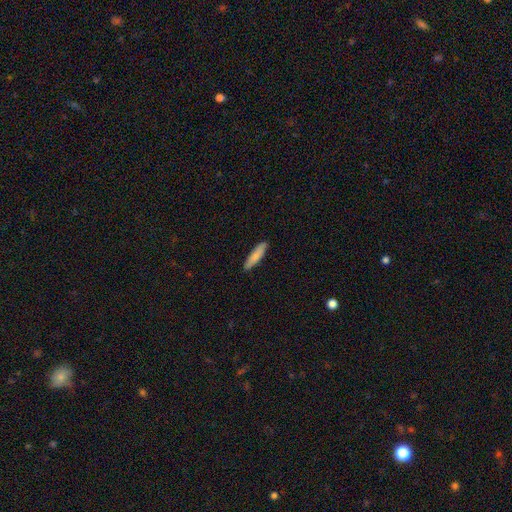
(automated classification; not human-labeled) smooth-or-featured: smooth: 82% | featured or disk: 13% | star or artifact: 5%
  how-rounded: cigar-shaped: 78% | in between: 20% | round: 1%
  merging: none: 89% | minor disturbance: 8% | major disturbance: 2% | merger: 1%